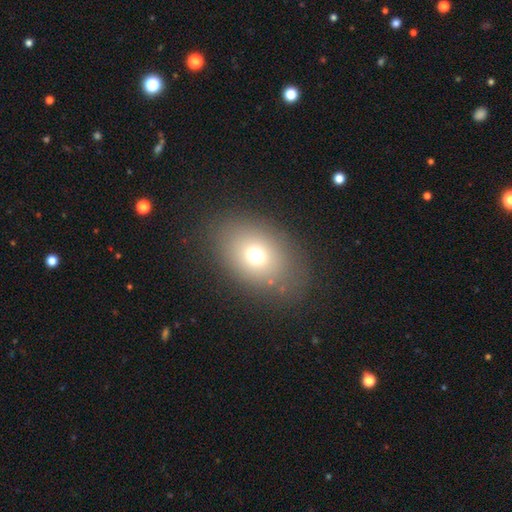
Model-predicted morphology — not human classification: Q: Smooth or featured?
A: smooth (69%); runner-up: star or artifact (16%)
Q: How rounded?
A: in between (66%); runner-up: round (33%)
Q: Merging?
A: none (80%); runner-up: minor disturbance (11%)